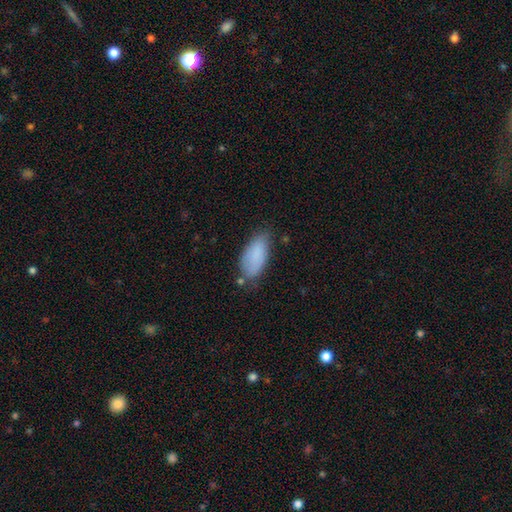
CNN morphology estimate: This is clearly a smooth galaxy (83%). How rounded: clearly in between (90%). Merging: likely none (61%).